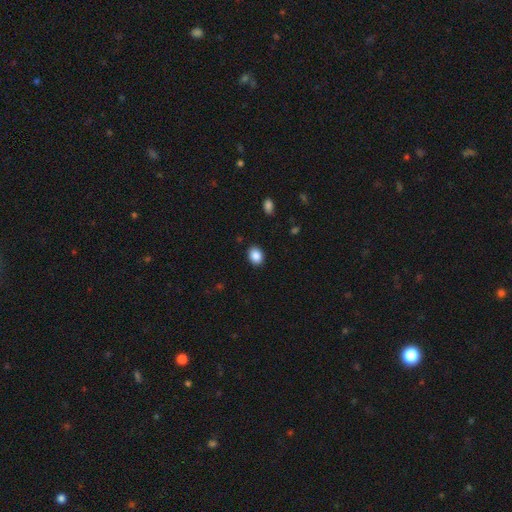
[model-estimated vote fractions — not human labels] smooth-or-featured: smooth: 87% | star or artifact: 9% | featured or disk: 4%
  how-rounded: in between: 57% | round: 42% | cigar-shaped: 1%
  merging: none: 89% | minor disturbance: 8% | major disturbance: 2% | merger: 1%